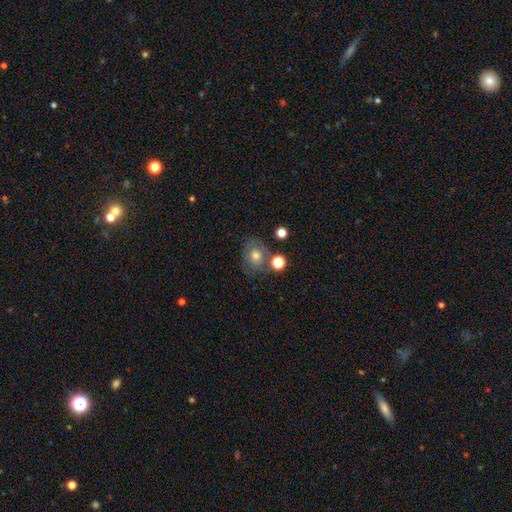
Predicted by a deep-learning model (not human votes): This appears to be a smooth galaxy with no disk features (60%) that is round (59%). Merging: none (60%).